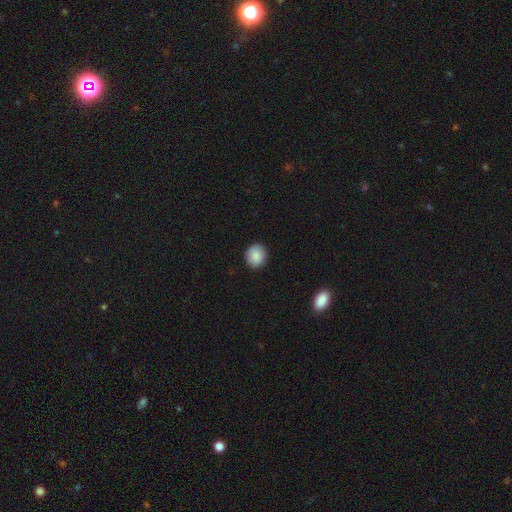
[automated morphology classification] A smooth galaxy with no disk features (87%) that is round (85%).

Vote fractions:
- Smooth or featured? smooth: 87% / star or artifact: 8% / featured or disk: 6%
- How rounded? round: 85% / in between: 14% / cigar-shaped: 1%
- Merging? none: 89% / minor disturbance: 8% / major disturbance: 2% / merger: 1%